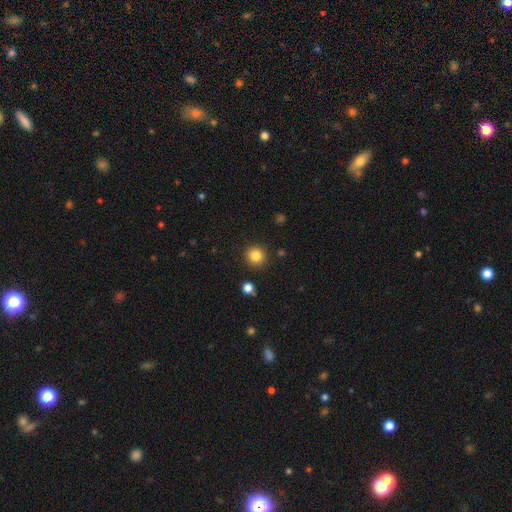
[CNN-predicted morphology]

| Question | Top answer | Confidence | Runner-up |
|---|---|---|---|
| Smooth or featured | smooth | 84% | star or artifact (11%) |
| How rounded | round | 93% | in between (6%) |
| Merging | none | 90% | minor disturbance (6%) |